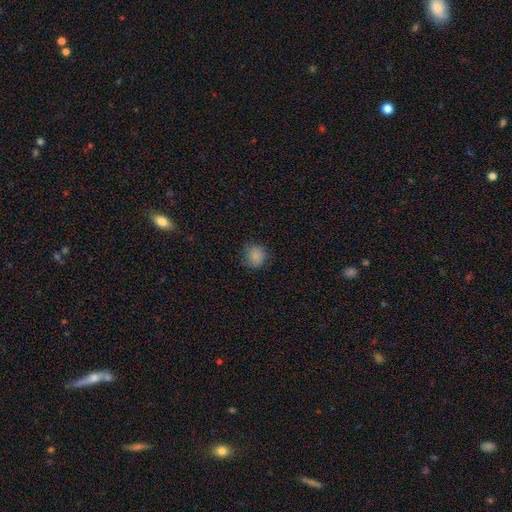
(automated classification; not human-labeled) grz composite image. It shows a smooth galaxy with no disk features (86%) that is round (86%). Merging: none (80%).